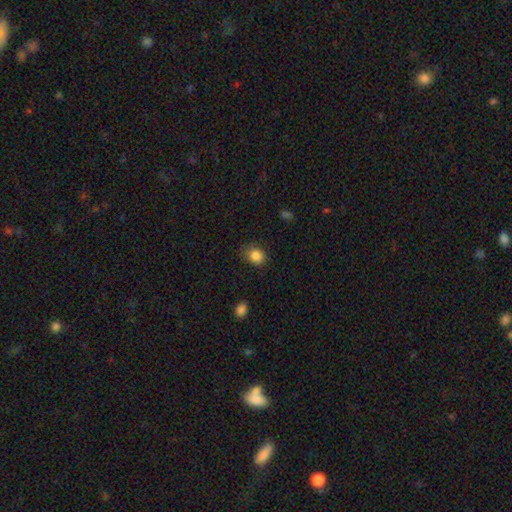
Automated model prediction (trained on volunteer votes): This appears to be a smooth galaxy with no disk features (85%) that is round (52%). Merging: none (71%).